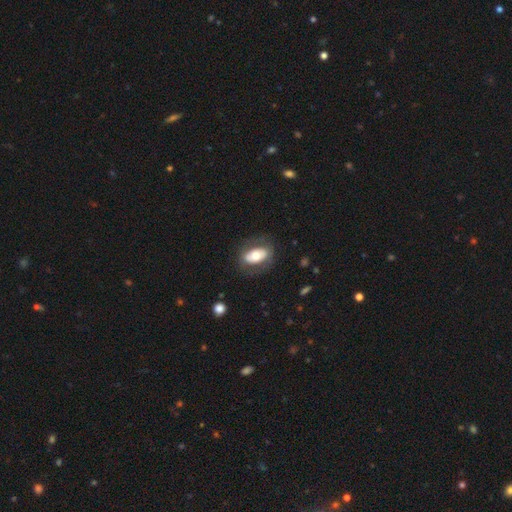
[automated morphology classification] The model was most divided on "smooth or featured": smooth: 57%, featured or disk: 37%, star or artifact: 6%. More confident: how rounded — in between (89%); merging — none (75%).